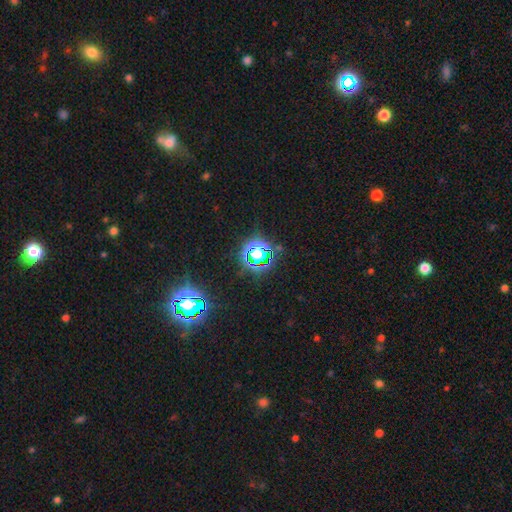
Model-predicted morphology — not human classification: Smooth or featured? Predicted: star or artifact (p=0.69).